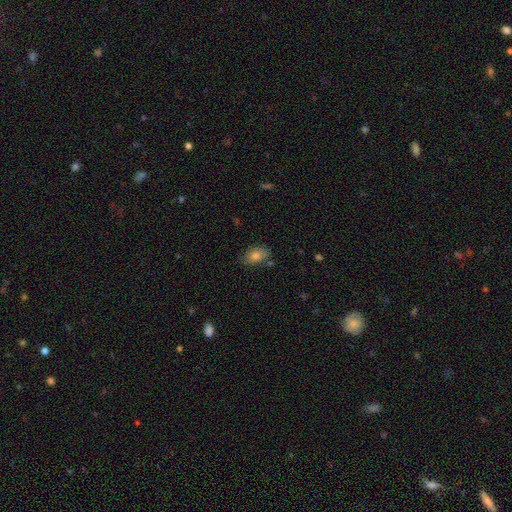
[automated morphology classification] Smooth or featured?
  - smooth: 79% *
  - featured or disk: 12%
  - star or artifact: 9%
How rounded?
  - in between: 85% *
  - round: 13%
  - cigar-shaped: 2%
Merging?
  - none: 71% *
  - minor disturbance: 20%
  - merger: 6%
  - major disturbance: 4%